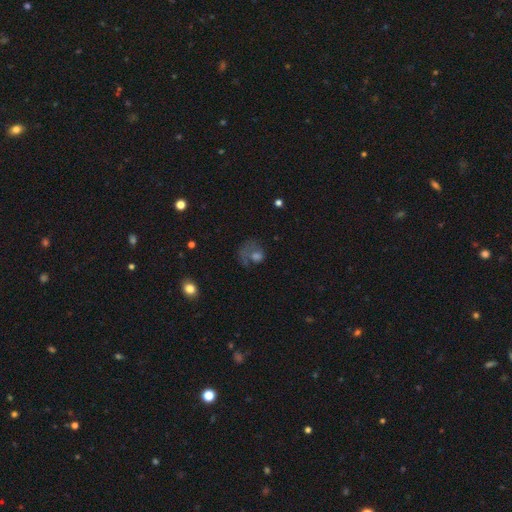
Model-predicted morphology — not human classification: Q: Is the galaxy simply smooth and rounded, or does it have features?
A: smooth — 45%.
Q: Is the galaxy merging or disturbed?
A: major disturbance — 45%.